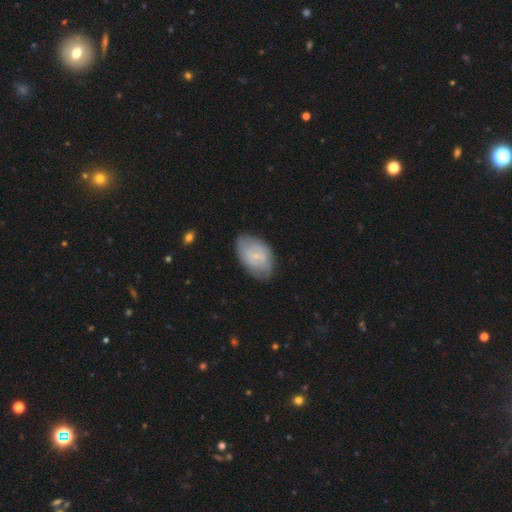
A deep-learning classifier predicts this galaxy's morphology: Smooth or featured: featured or disk — 50% (smooth — 43%)
Edge-on disk: no — 95% (yes — 5%)
Merging: none — 71% (minor disturbance — 21%)